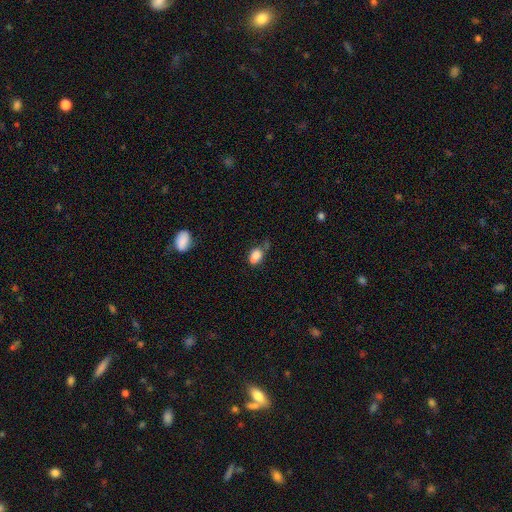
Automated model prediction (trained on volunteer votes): The model was most divided on "merging": none: 40%, minor disturbance: 31%, merger: 15%, major disturbance: 14%. More confident: how rounded — in between (81%); smooth or featured — smooth (80%).